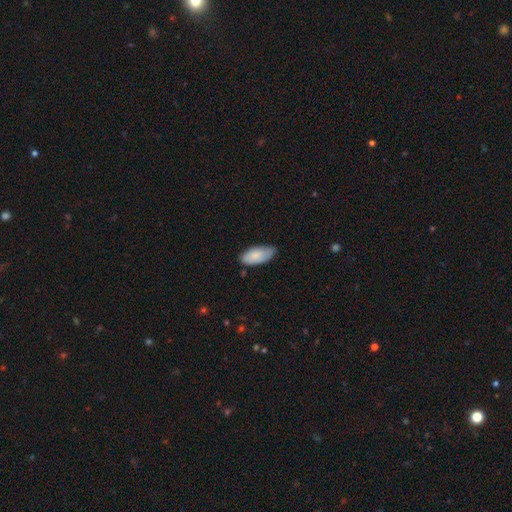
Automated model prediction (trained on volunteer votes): Overall: smooth (81%). How rounded: in between (91%). Merging: none (65%; minor disturbance 29%).